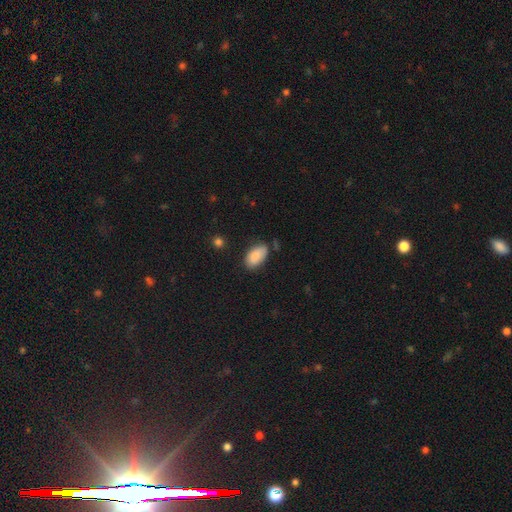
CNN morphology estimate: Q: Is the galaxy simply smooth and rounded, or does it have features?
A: smooth — 85%.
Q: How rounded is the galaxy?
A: in between — 95%.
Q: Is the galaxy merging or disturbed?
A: none — 73%.